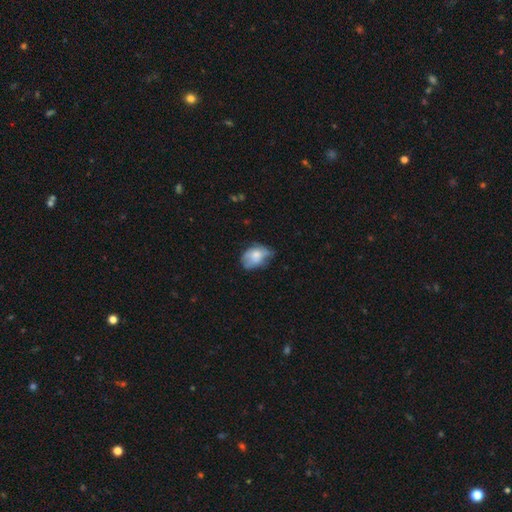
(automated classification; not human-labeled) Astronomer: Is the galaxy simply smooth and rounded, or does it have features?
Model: smooth — 63%.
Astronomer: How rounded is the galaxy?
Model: in between — 75%.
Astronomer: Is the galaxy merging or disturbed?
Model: minor disturbance — 39% (runner-up: none, 38%).